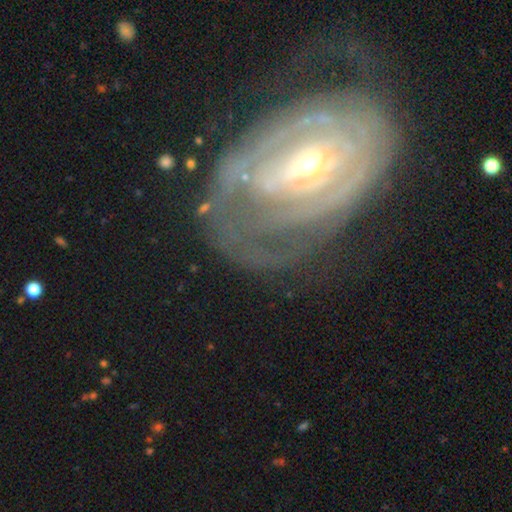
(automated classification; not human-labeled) This appears to be a featured or disk galaxy (84%) with a weak bar (38%), tight (74%) spiral arms (83%) and a small central bulge (50%). Merging: none (62%).